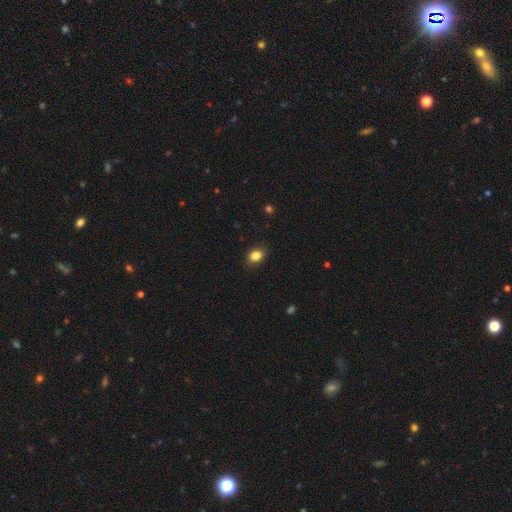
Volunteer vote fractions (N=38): Smooth or featured: smooth — 87% (featured or disk — 8%)
How rounded: in between — 76% (round — 24%)
Merging: none — 83% (minor disturbance — 8%)